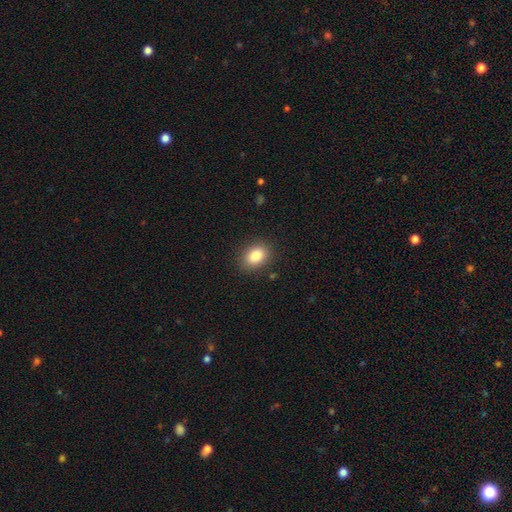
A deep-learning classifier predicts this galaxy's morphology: smooth_or_featured: smooth (p=0.86) [alt: star or artifact p=0.08]
how_rounded: in between (p=0.75) [alt: round p=0.24]
merging: none (p=0.86) [alt: minor disturbance p=0.10]